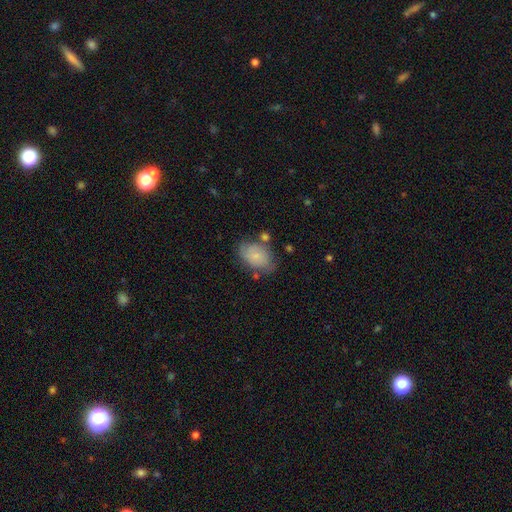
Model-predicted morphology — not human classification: The model was most divided on "merging": none: 61%, minor disturbance: 24%, merger: 8%, major disturbance: 7%. More confident: how rounded — in between (87%); smooth or featured — smooth (75%).